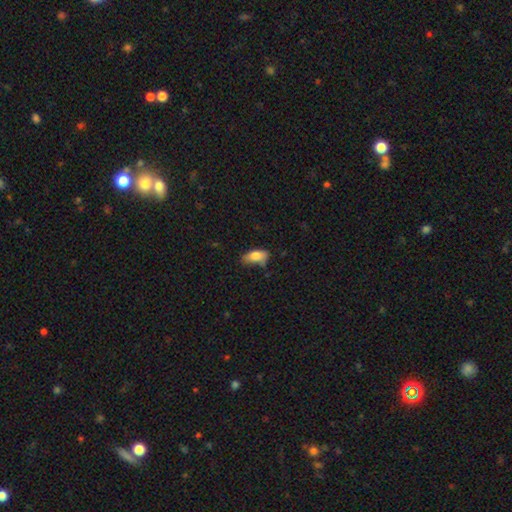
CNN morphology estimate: Smooth or featured?
  - smooth: 78% *
  - featured or disk: 14%
  - star or artifact: 8%
How rounded?
  - in between: 87% *
  - cigar-shaped: 9%
  - round: 4%
Merging?
  - none: 47% *
  - minor disturbance: 37%
  - major disturbance: 12%
  - merger: 5%